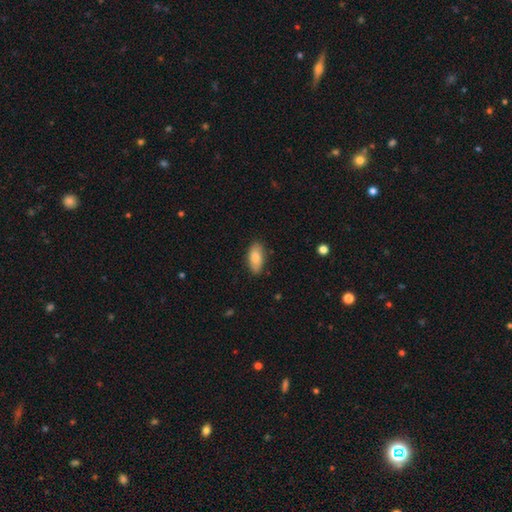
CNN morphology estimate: smooth 86%, featured or disk 8%, star or artifact 6%. Down the decision tree: how rounded — in between (90%); merging — none (84%).